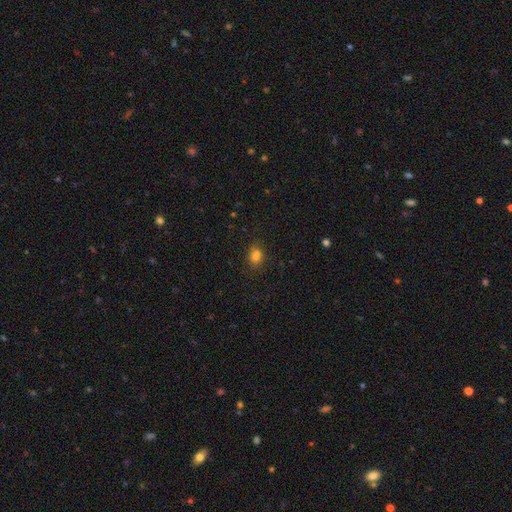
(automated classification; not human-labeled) Overall: smooth (81%). How rounded: in between (66%; round 32%). Merging: none (78%).